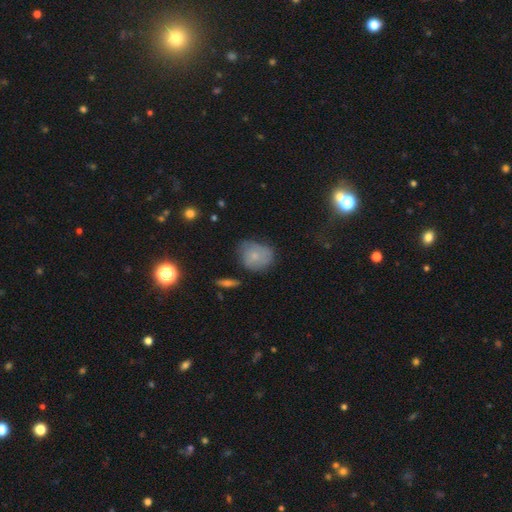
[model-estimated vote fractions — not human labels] Smooth or featured: smooth — 64% (featured or disk — 26%)
How rounded: in between — 50% (round — 49%)
Merging: none — 51% (minor disturbance — 35%)